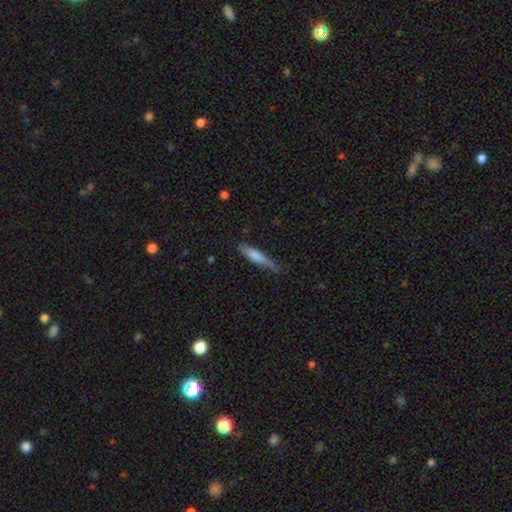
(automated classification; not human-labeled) Q: Smooth or featured?
A: smooth (71%); runner-up: featured or disk (23%)
Q: How rounded?
A: cigar-shaped (86%); runner-up: in between (13%)
Q: Merging?
A: none (64%); runner-up: minor disturbance (28%)